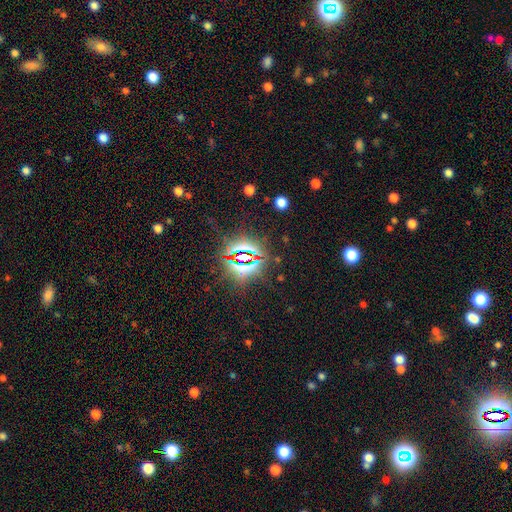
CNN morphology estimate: This is clearly a star or artifact rather than a galaxy (82%).